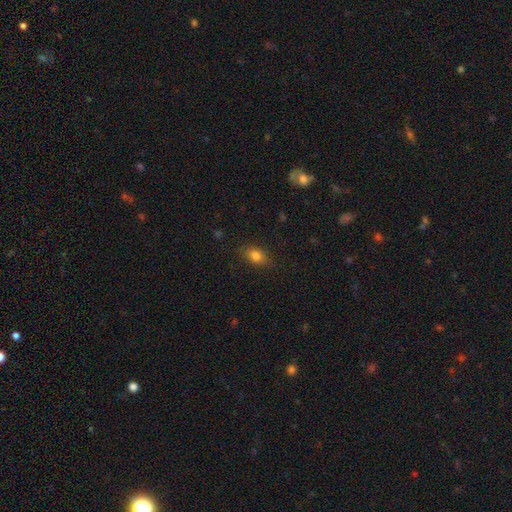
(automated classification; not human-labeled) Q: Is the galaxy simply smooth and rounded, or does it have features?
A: smooth — 80%.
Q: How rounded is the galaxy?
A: in between — 73%.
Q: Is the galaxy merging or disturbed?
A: none — 80%.